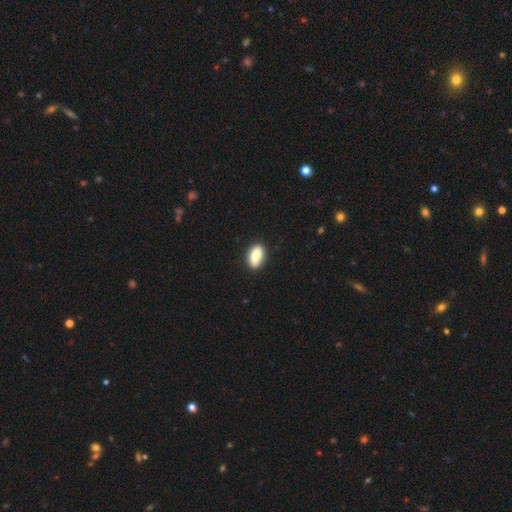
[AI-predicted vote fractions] smooth_or_featured: smooth (p=0.88) [alt: star or artifact p=0.07]
how_rounded: in between (p=0.90) [alt: cigar-shaped p=0.06]
merging: none (p=0.87) [alt: minor disturbance p=0.10]